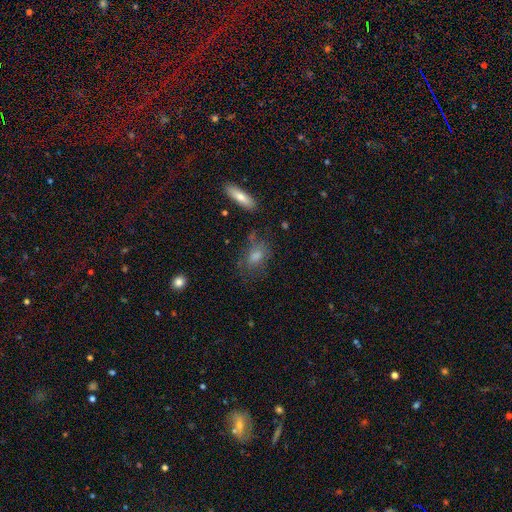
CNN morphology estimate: smooth 54%, featured or disk 30%, star or artifact 17%. Down the decision tree: how rounded — in between (73%); merging — none (61%).